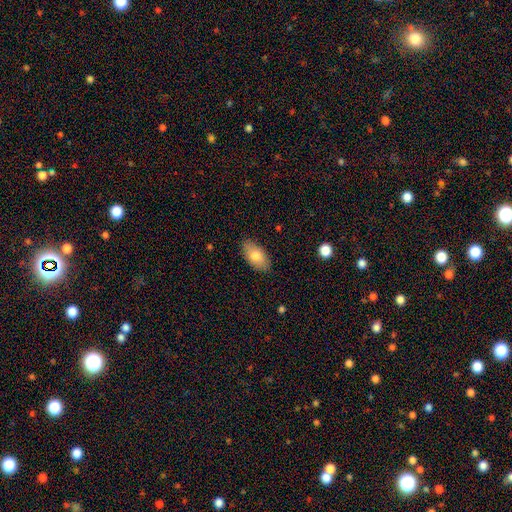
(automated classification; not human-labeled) A smooth galaxy with no disk features (78%) that is in between round and cigar-shaped (93%). Merging: none (85%).